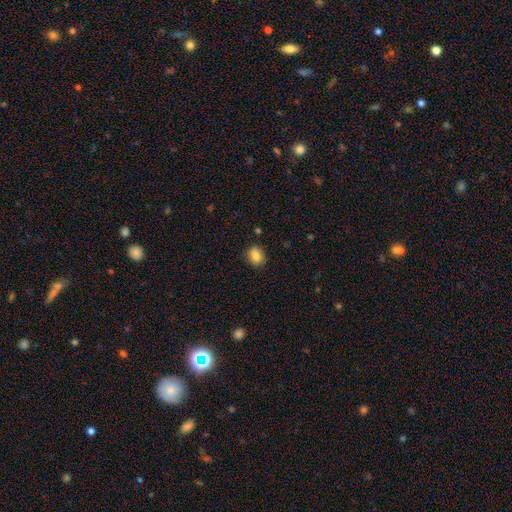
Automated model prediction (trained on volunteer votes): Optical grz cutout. It shows a smooth galaxy with no disk features (84%) that is in between round and cigar-shaped (51%). Merging: none (83%).